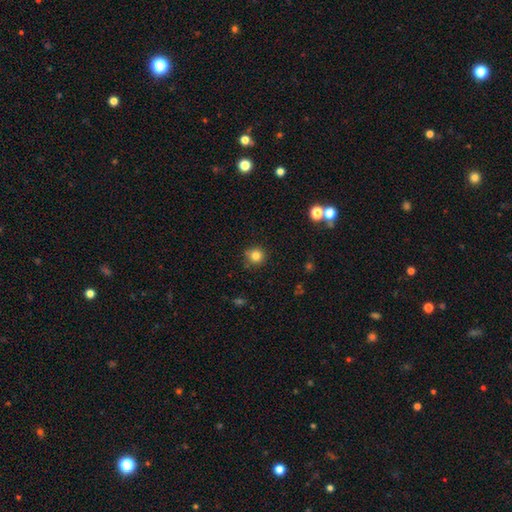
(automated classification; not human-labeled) Morphology: type=smooth (82%); roundness=round (94%); merging=none (85%).